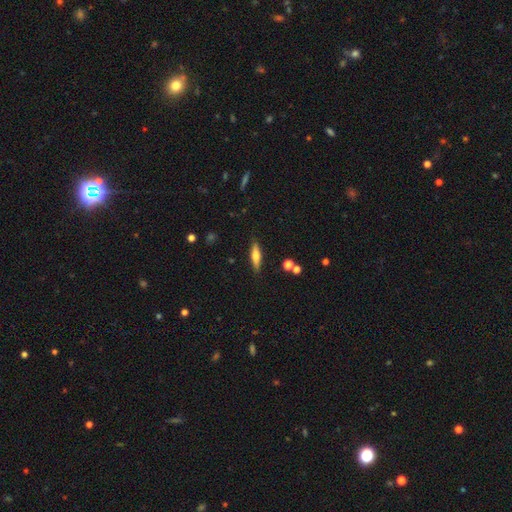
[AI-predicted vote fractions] The model was most divided on "smooth or featured": smooth: 52%, featured or disk: 41%, star or artifact: 7%. More confident: merging — none (86%); how rounded — cigar-shaped (69%).